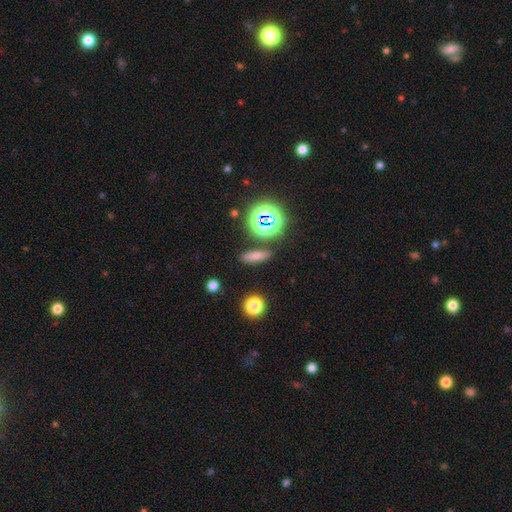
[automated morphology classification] smooth_or_featured: smooth (p=0.65) [alt: star or artifact p=0.21]
how_rounded: cigar-shaped (p=0.54) [alt: in between p=0.33]
merging: none (p=0.86) [alt: minor disturbance p=0.08]